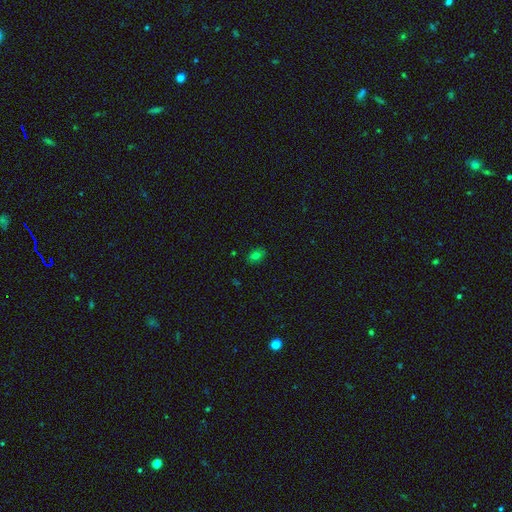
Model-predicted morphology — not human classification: Smooth or featured? Predicted: smooth (p=0.71). How rounded? Predicted: in between (p=0.72). Merging? Predicted: none (p=0.84).